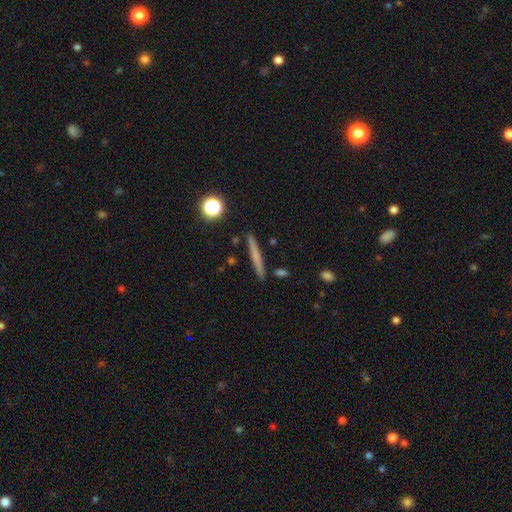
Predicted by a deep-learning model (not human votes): The model was most divided on "smooth or featured": smooth: 56%, featured or disk: 36%, star or artifact: 9%. More confident: how rounded — cigar-shaped (94%); merging — none (89%).